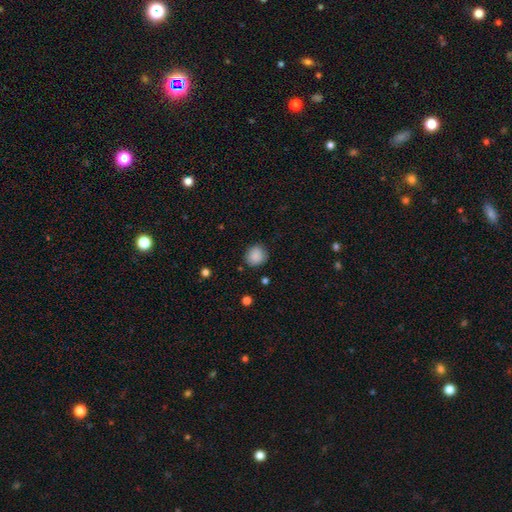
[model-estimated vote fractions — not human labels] A smooth galaxy with no disk features (88%) that is round (81%). Merging: none (83%).